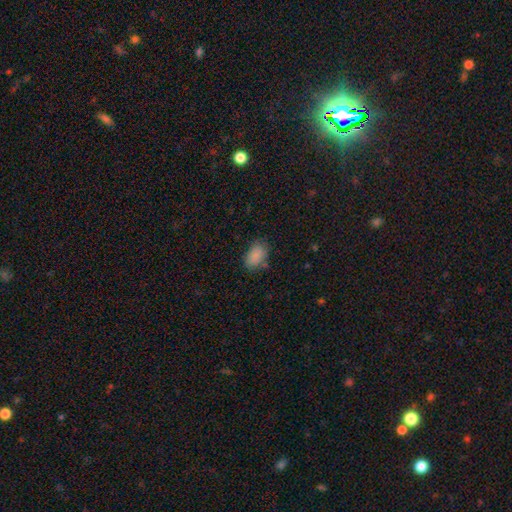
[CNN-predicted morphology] The model was most divided on "merging": none: 73%, minor disturbance: 19%, major disturbance: 5%, merger: 3%. More confident: how rounded — in between (88%); smooth or featured — smooth (86%).